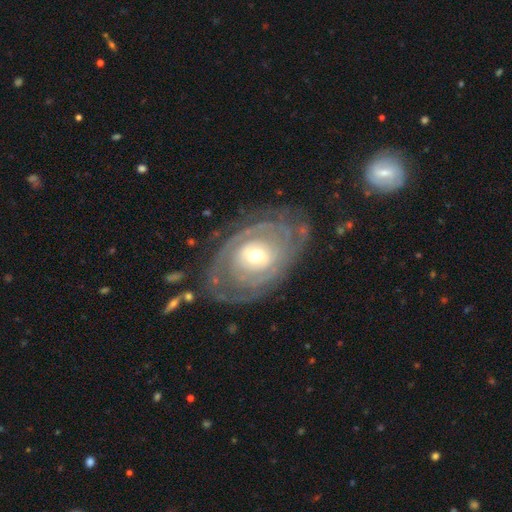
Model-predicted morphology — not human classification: featured or disk 83%, smooth 12%, star or artifact 5%. Down the decision tree: edge-on disk — no (95%); bar — no (71%); spiral arms — yes (82%); spiral arm count — can't tell (44%); spiral winding — tight (75%); bulge size — moderate (57%); merging — none (72%).